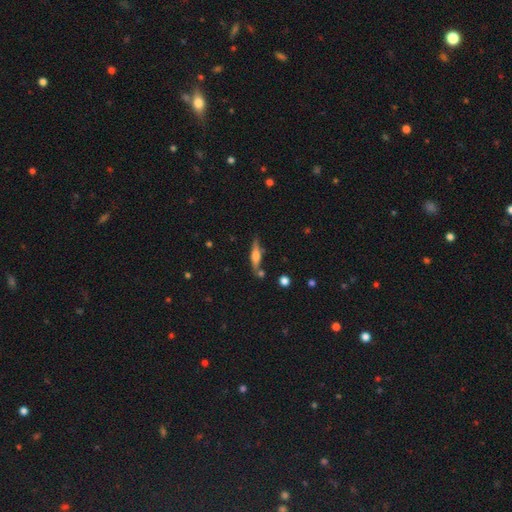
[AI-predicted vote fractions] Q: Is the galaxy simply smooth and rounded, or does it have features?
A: featured or disk — 56%.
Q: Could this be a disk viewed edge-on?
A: yes — 94%.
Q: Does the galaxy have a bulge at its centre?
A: rounded — 74%.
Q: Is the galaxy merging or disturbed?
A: none — 75%.